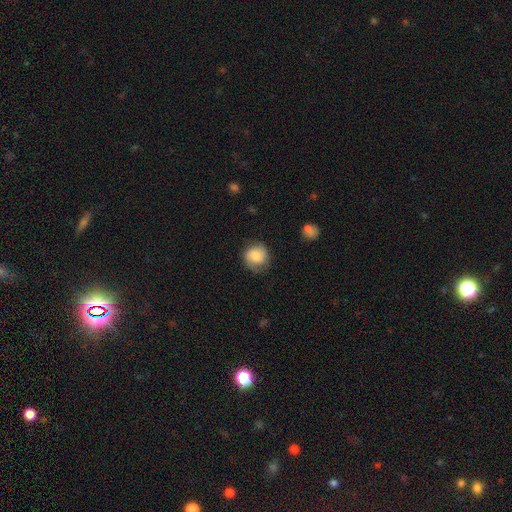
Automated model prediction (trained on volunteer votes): Smooth or featured? smooth (73%)
How rounded? round (83%)
Merging? none (71%)